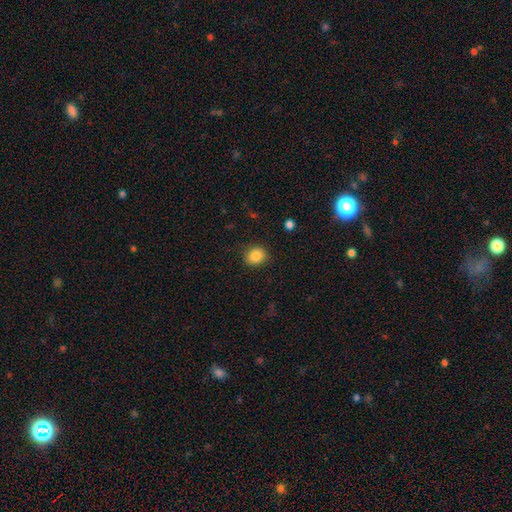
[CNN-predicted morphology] Overall: smooth (85%). How rounded: round (70%). Merging: none (86%).